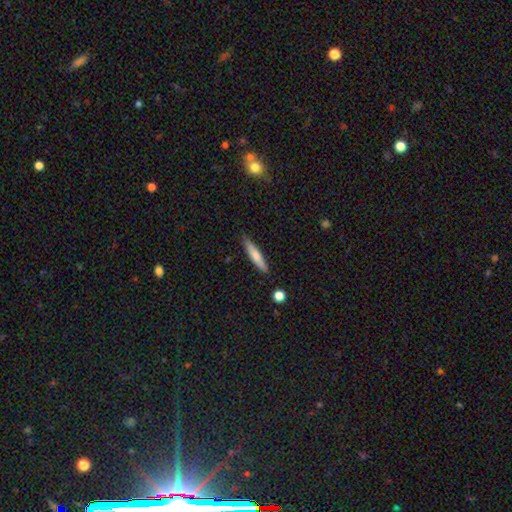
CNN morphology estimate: Smooth or featured: smooth — 72% (featured or disk — 22%)
How rounded: cigar-shaped — 90% (in between — 9%)
Merging: none — 87% (minor disturbance — 9%)